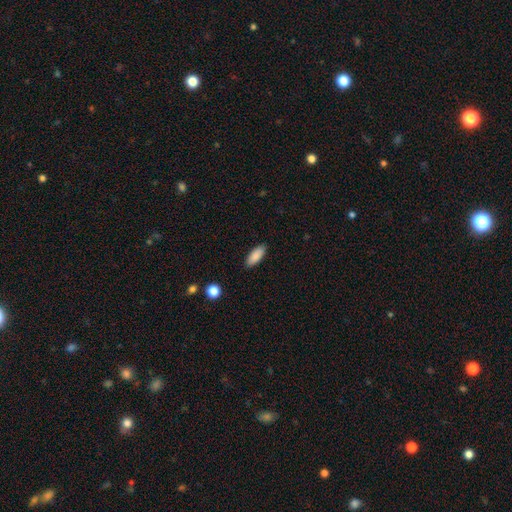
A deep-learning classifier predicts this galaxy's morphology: A smooth galaxy with no disk features (88%) that is in between round and cigar-shaped (78%).

Vote fractions:
- Smooth or featured? smooth: 88% / star or artifact: 7% / featured or disk: 6%
- How rounded? in between: 78% / cigar-shaped: 21% / round: 2%
- Merging? none: 89% / minor disturbance: 8% / major disturbance: 2% / merger: 1%